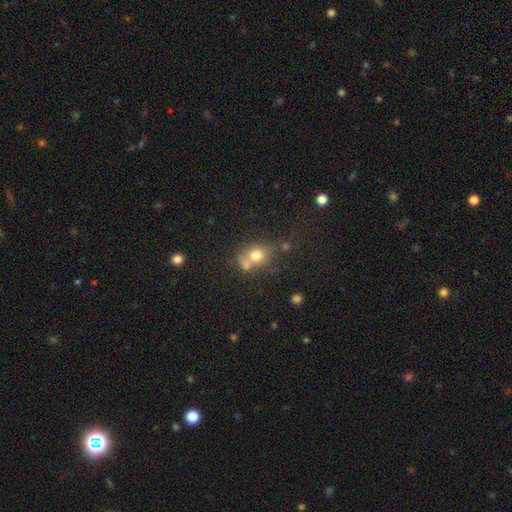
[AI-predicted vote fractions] A smooth galaxy with no disk features (72%) that is round (63%).

Vote fractions:
- Smooth or featured? smooth: 72% / featured or disk: 15% / star or artifact: 14%
- How rounded? round: 63% / in between: 36% / cigar-shaped: 1%
- Merging? none: 41% / merger: 39% / minor disturbance: 14% / major disturbance: 6%